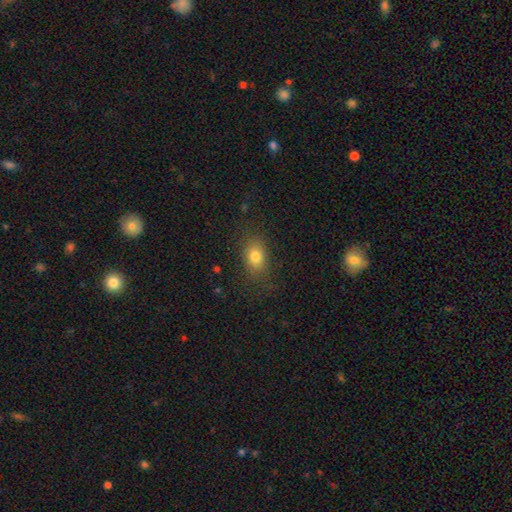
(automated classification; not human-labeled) smooth 80%, star or artifact 11%, featured or disk 9%. Down the decision tree: how rounded — in between (73%); merging — none (81%).